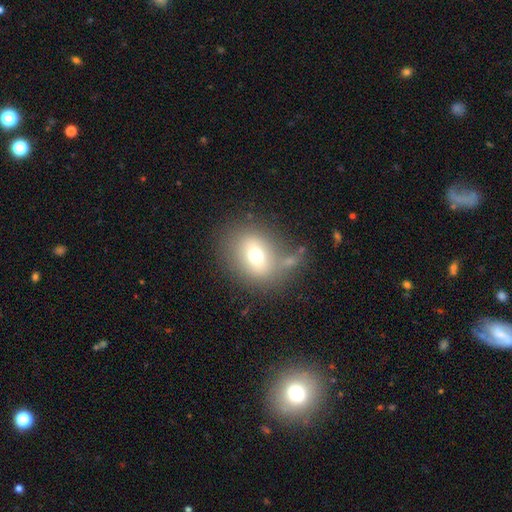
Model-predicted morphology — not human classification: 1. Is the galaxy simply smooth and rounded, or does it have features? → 65% smooth, 23% featured or disk, 12% star or artifact.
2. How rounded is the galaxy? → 49% round (tied), 49% in between (tied), 2% cigar-shaped.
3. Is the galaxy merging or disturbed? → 66% none, 16% minor disturbance, 11% merger, 8% major disturbance.